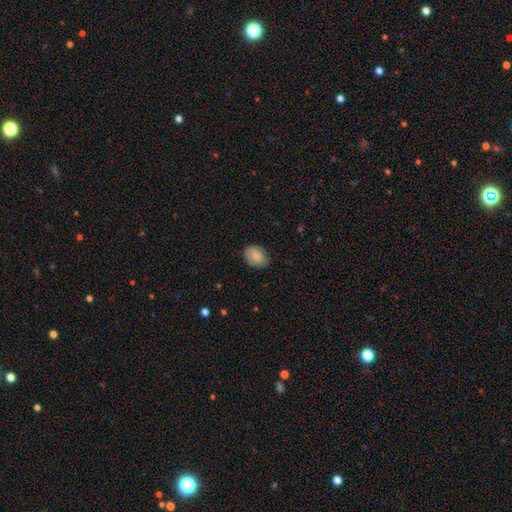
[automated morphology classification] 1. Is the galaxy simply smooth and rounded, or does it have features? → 85% smooth, 8% featured or disk, 7% star or artifact.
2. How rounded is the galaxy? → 68% in between, 31% round, 1% cigar-shaped.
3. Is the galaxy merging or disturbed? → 81% none, 15% minor disturbance, 3% major disturbance, 1% merger.